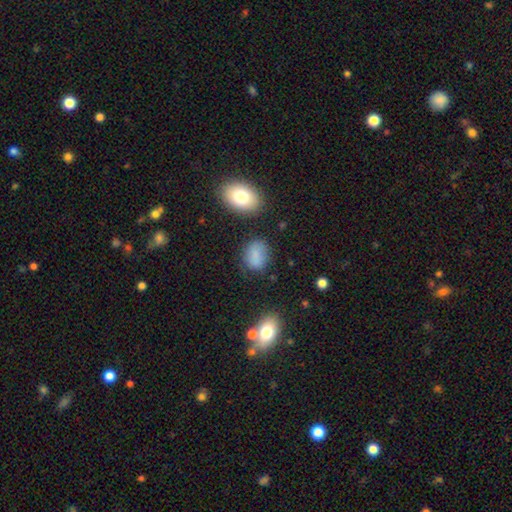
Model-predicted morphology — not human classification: This is clearly a smooth galaxy (81%). How rounded: likely in between (64%). Merging: likely none (70%).